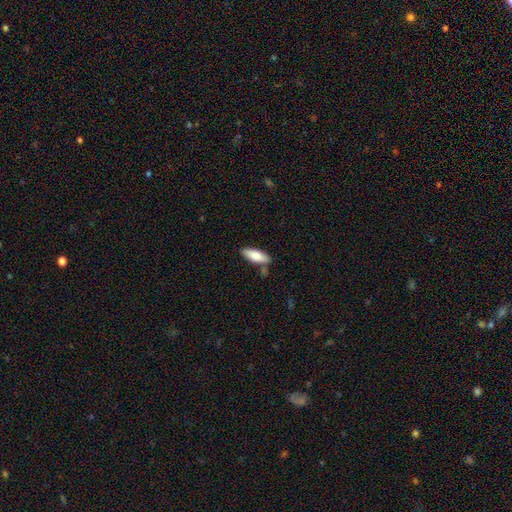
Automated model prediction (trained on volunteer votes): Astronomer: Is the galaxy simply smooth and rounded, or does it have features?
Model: smooth — 80%.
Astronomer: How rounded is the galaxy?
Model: in between — 62%.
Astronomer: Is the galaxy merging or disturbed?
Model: none — 77%.